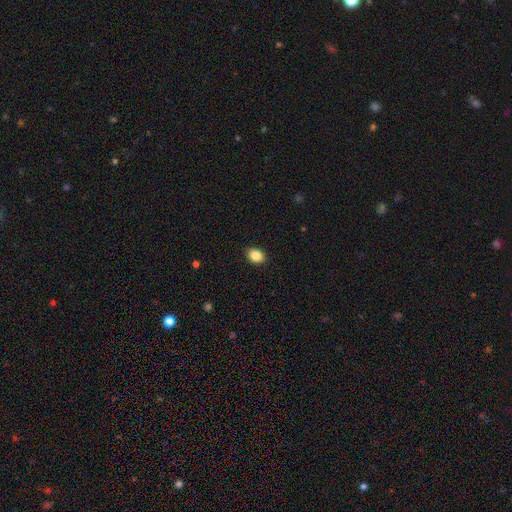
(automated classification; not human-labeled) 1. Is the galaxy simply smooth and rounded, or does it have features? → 87% smooth, 9% star or artifact, 4% featured or disk.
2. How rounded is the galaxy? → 59% in between, 40% round, 1% cigar-shaped.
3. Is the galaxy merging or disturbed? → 88% none, 9% minor disturbance, 2% major disturbance, 1% merger.